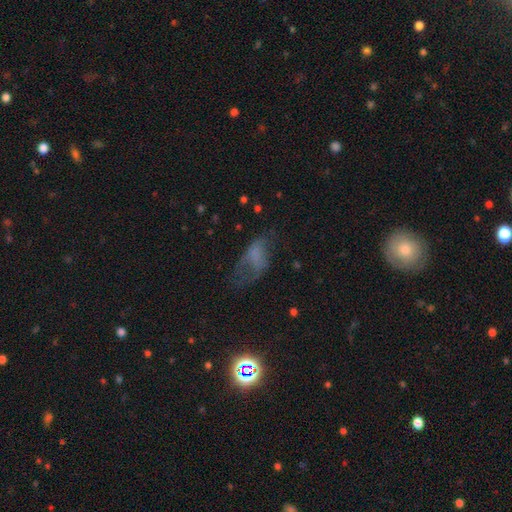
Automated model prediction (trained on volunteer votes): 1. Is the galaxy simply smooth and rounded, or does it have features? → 48% smooth, 34% featured or disk, 18% star or artifact.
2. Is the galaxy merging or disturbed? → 41% major disturbance, 32% none, 24% minor disturbance, 3% merger.